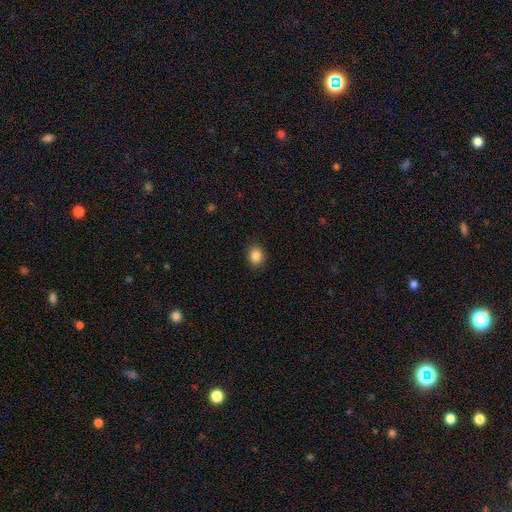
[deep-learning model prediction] The model was most divided on "how rounded": round: 55%, in between: 44%, cigar-shaped: 1%. More confident: merging — none (89%); smooth or featured — smooth (86%).